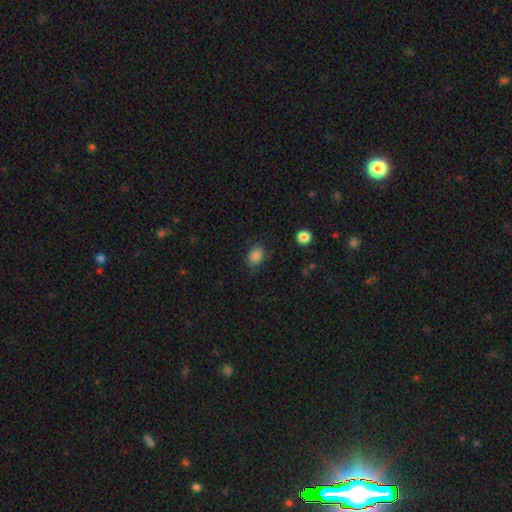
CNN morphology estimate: A smooth galaxy with no disk features (85%) that is in between round and cigar-shaped (62%).

Vote fractions:
- Smooth or featured? smooth: 85% / star or artifact: 11% / featured or disk: 5%
- How rounded? in between: 62% / round: 37% / cigar-shaped: 1%
- Merging? none: 75% / minor disturbance: 18% / major disturbance: 5% / merger: 2%